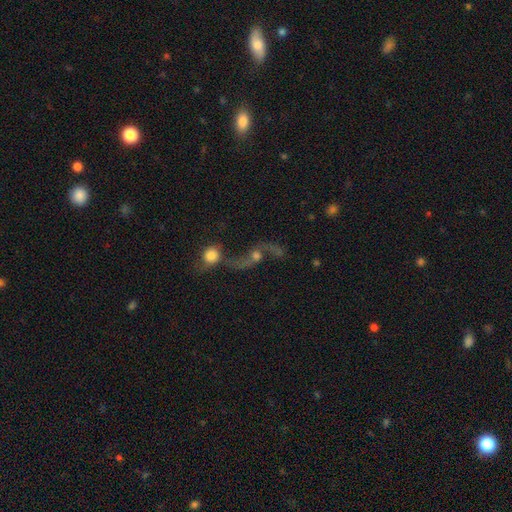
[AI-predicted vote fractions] A featured or disk galaxy (60%) with no bar (69%), spiral arms (76%) and a moderate central bulge (45%). Merging: merger (45%).